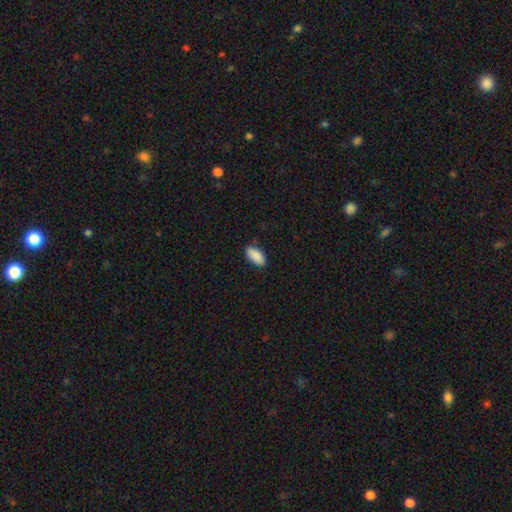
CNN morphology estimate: This appears to be a smooth galaxy with no disk features (90%) that is in between round and cigar-shaped (93%). Merging: none (87%).